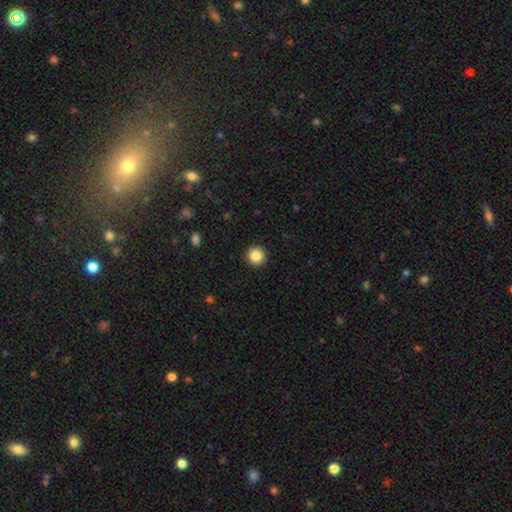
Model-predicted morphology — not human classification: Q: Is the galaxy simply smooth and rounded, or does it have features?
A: smooth — 86%.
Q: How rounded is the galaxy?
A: round — 96%.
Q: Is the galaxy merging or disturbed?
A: none — 93%.